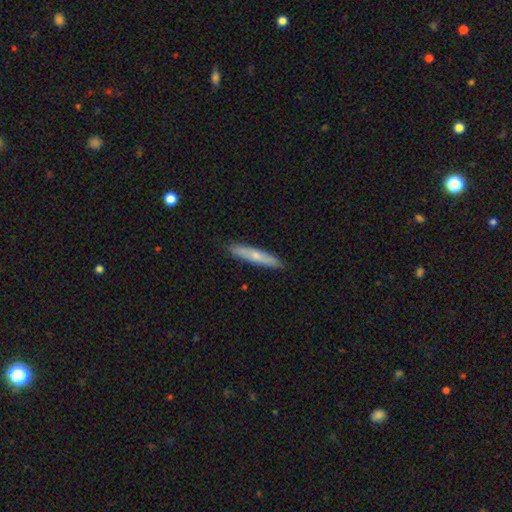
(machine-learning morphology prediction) Smooth or featured? Predicted: smooth (p=0.57). How rounded? Predicted: cigar-shaped (p=0.91). Merging? Predicted: none (p=0.89).